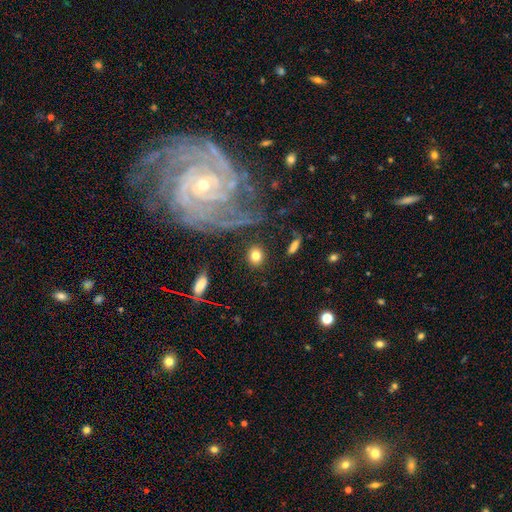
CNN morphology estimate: smooth_or_featured: smooth (p=0.80) [alt: featured or disk p=0.11]
how_rounded: round (p=0.73) [alt: in between p=0.24]
merging: none (p=0.87) [alt: minor disturbance p=0.08]